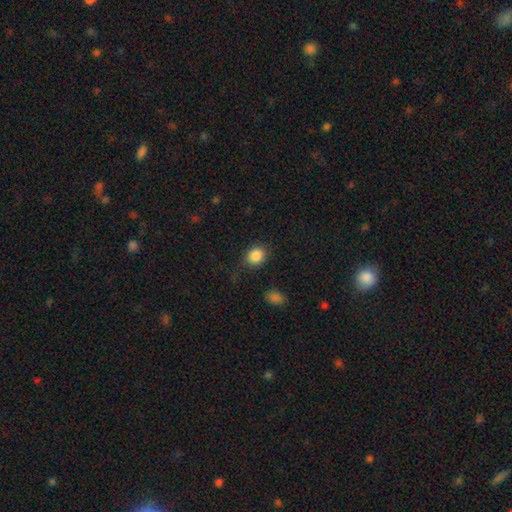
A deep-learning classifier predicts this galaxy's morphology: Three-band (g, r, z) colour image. It shows a smooth galaxy with no disk features (86%) that is round (62%). Merging: none (77%).